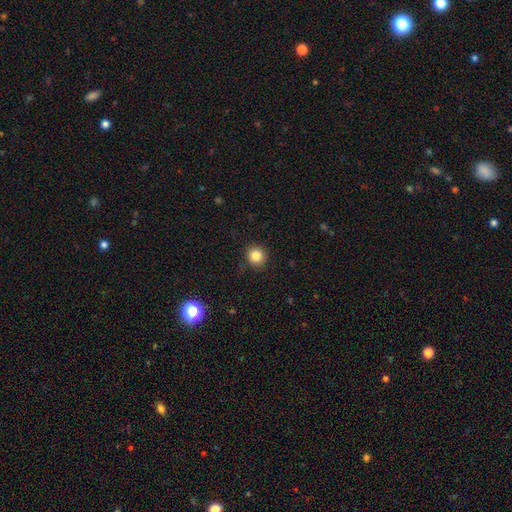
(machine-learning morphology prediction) A smooth galaxy with no disk features (83%) that is round (93%).

Vote fractions:
- Smooth or featured? smooth: 83% / star or artifact: 12% / featured or disk: 5%
- How rounded? round: 93% / in between: 6% / cigar-shaped: 1%
- Merging? none: 89% / minor disturbance: 7% / major disturbance: 2% / merger: 1%